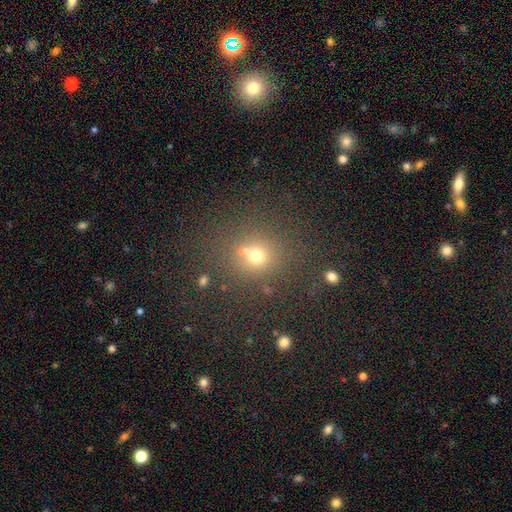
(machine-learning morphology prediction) A smooth galaxy with no disk features (65%) that is round (82%). Merging: none (69%).